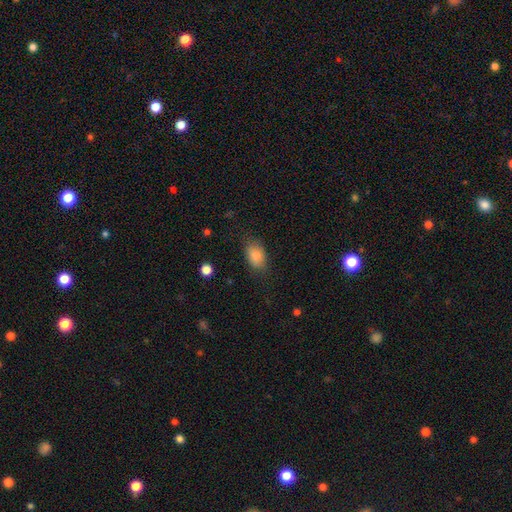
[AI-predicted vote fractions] Smooth or featured? smooth (87%)
How rounded? in between (86%)
Merging? none (77%)